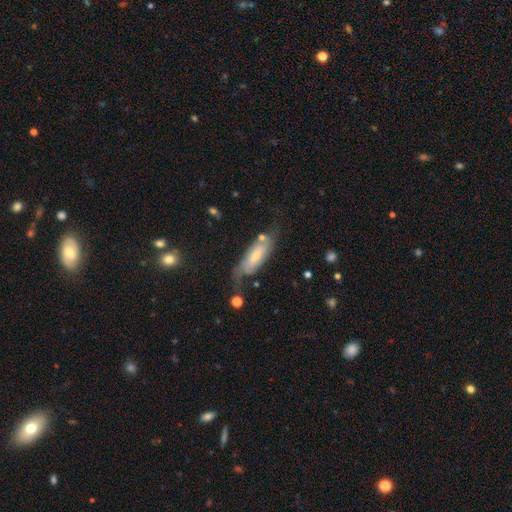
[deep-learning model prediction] smooth-or-featured: featured or disk: 53% | smooth: 40% | star or artifact: 7%
  disk-edge-on: no: 79% | yes: 21%
  merging: none: 50% | minor disturbance: 27% | major disturbance: 18% | merger: 5%